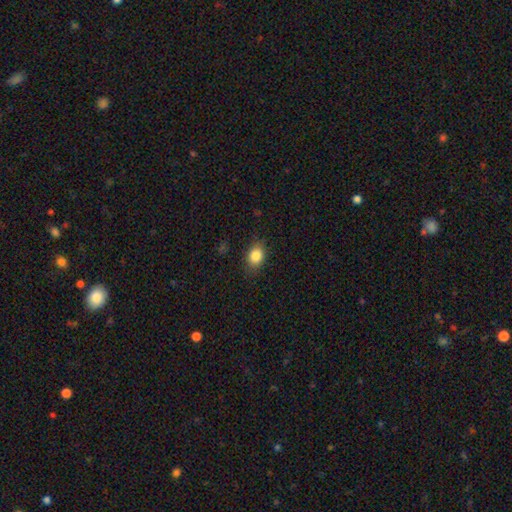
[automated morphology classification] A smooth galaxy with no disk features (85%) that is in between round and cigar-shaped (64%).

Vote fractions:
- Smooth or featured? smooth: 85% / star or artifact: 9% / featured or disk: 6%
- How rounded? in between: 64% / round: 35% / cigar-shaped: 1%
- Merging? none: 84% / minor disturbance: 12% / major disturbance: 3% / merger: 1%